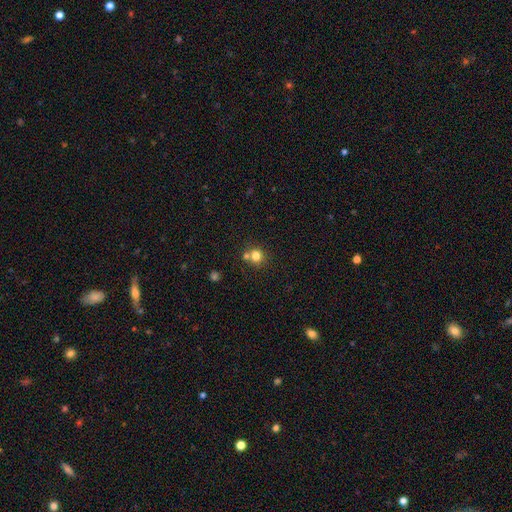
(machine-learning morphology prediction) This appears to be a smooth galaxy with no disk features (78%) that is round (89%). Merging: none (63%).